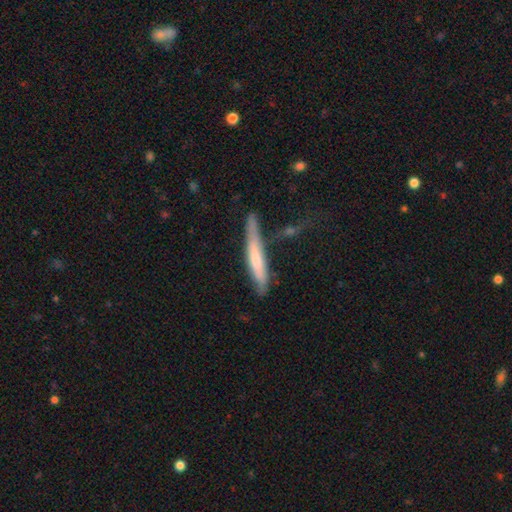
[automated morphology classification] Smooth or featured: smooth — 49% (featured or disk — 45%)
Merging: none — 64% (minor disturbance — 22%)